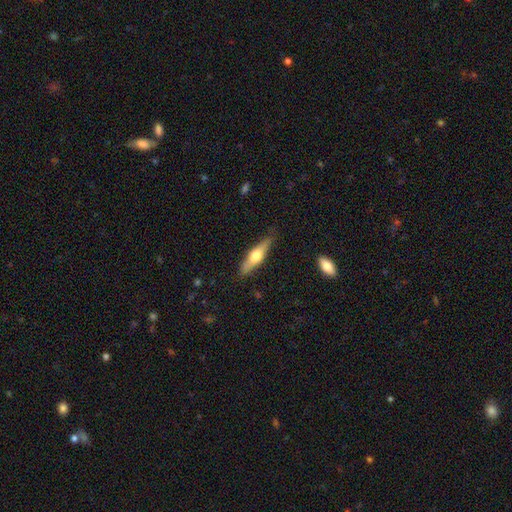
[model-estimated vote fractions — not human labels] featured or disk 50%, smooth 44%, star or artifact 5%. Down the decision tree: edge-on disk — yes (91%); merging — none (84%).